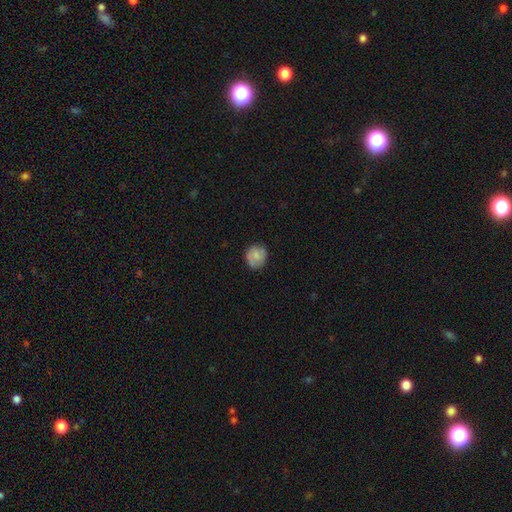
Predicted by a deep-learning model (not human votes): Smooth or featured? smooth (67%)
How rounded? round (83%)
Merging? none (78%)